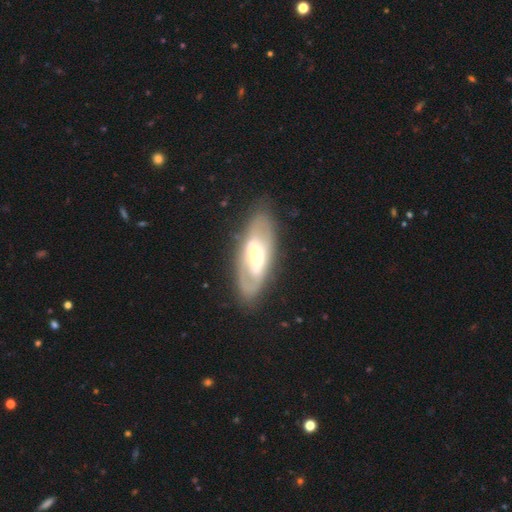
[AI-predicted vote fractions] This is likely a featured or disk galaxy (69%). It is clearly not viewed edge-on (87%). Bar: possibly no (56%). Spiral arm pattern: possibly no (56%). Central bulge: likely moderate (61%). Merging: likely none (78%).